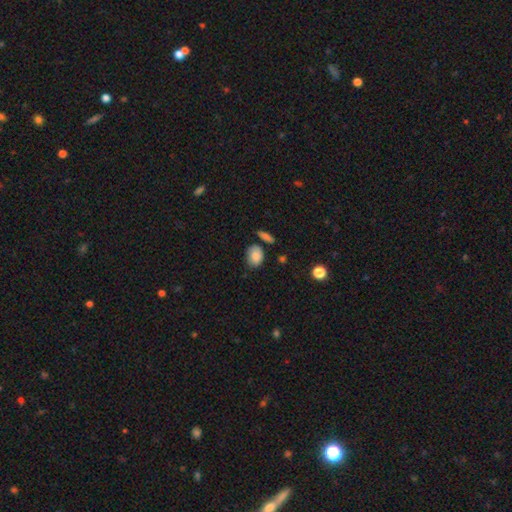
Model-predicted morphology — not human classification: This appears to be a smooth galaxy with no disk features (86%) that is in between round and cigar-shaped (63%). Merging: none (69%).